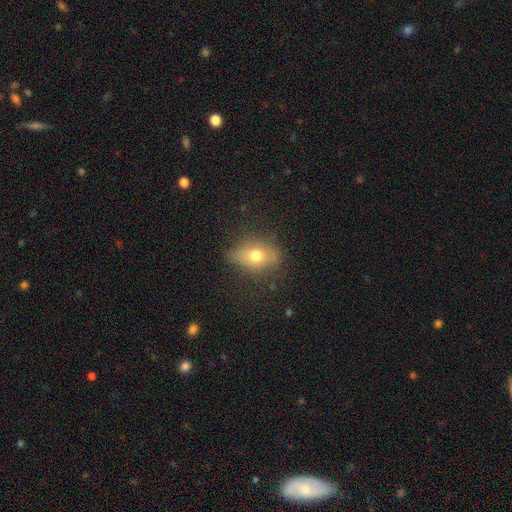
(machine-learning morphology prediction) Smooth or featured? Predicted: smooth (p=0.61). How rounded? Predicted: in between (p=0.73). Merging? Predicted: none (p=0.69).